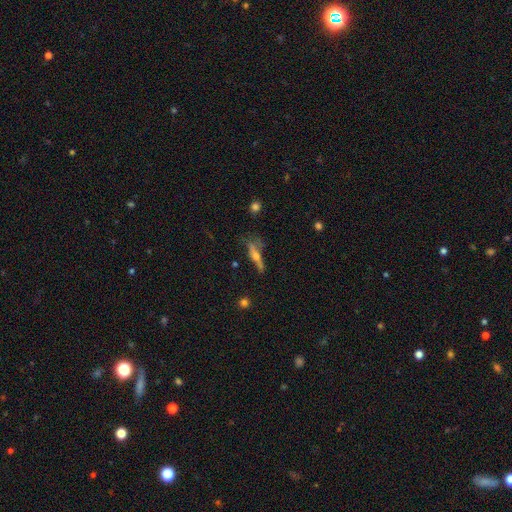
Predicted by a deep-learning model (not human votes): Smooth or featured: featured or disk — 52% (smooth — 37%)
Edge-on disk: yes — 85% (no — 15%)
Merging: none — 53% (minor disturbance — 23%)